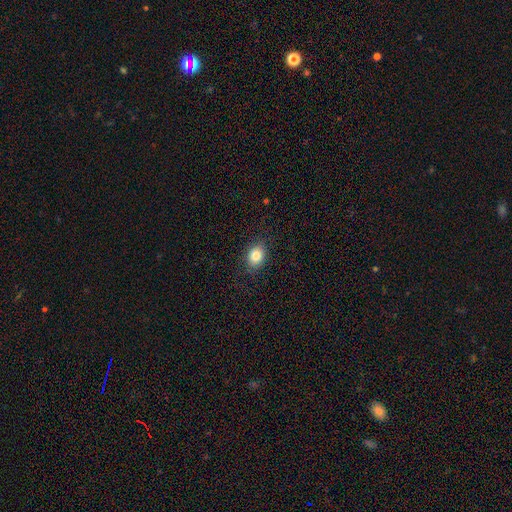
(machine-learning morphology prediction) A smooth galaxy with no disk features (83%) that is in between round and cigar-shaped (61%). Merging: none (85%).